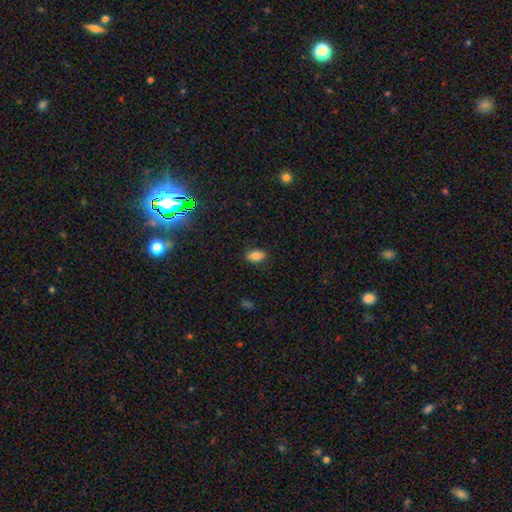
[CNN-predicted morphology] A smooth galaxy with no disk features (84%) that is in between round and cigar-shaped (90%).

Vote fractions:
- Smooth or featured? smooth: 84% / star or artifact: 10% / featured or disk: 6%
- How rounded? in between: 90% / round: 7% / cigar-shaped: 3%
- Merging? none: 87% / minor disturbance: 10% / major disturbance: 2% / merger: 1%